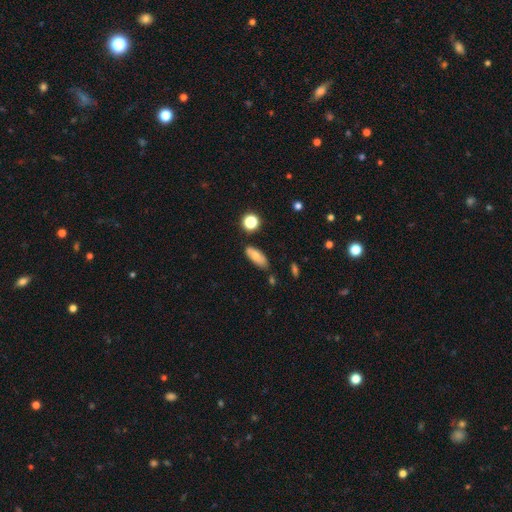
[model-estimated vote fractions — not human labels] This is likely a smooth galaxy (74%). How rounded: likely in between (75%). Merging: likely none (74%).